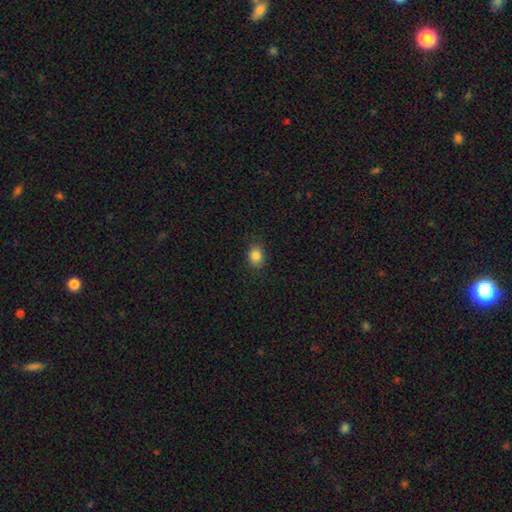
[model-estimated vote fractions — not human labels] smooth-or-featured: smooth: 85% | star or artifact: 10% | featured or disk: 5%
  how-rounded: in between: 56% | round: 43% | cigar-shaped: 1%
  merging: none: 86% | minor disturbance: 11% | major disturbance: 3% | merger: 1%